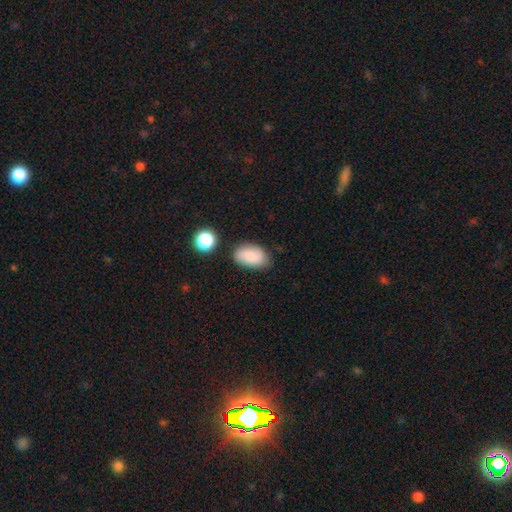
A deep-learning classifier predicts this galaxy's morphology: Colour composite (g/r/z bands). It shows a smooth galaxy with no disk features (78%) that is in between round and cigar-shaped (90%). Merging: none (69%).